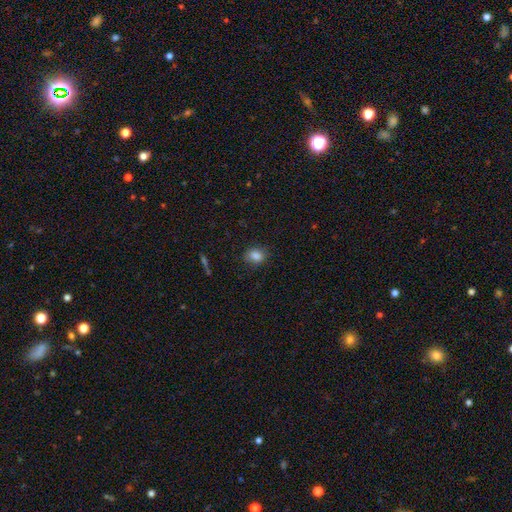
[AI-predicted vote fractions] A smooth galaxy with no disk features (85%) that is in between round and cigar-shaped (56%). Merging: none (83%).